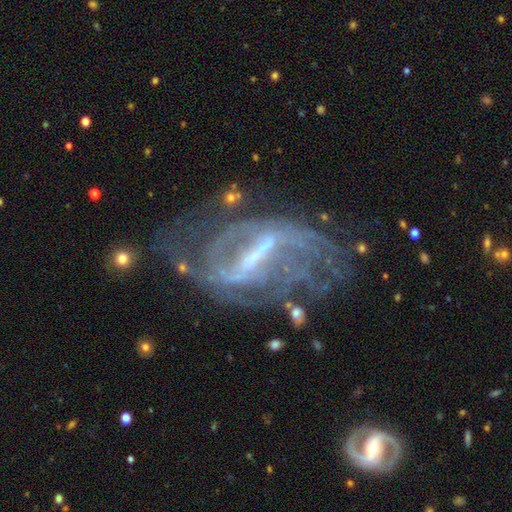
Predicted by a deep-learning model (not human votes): Morphology: type=featured or disk (86%); edge-on=no (94%); bar=strong (71%); spiral arms=yes (82%); winding=medium (38%); arm count=can't tell (39%); bulge=small (41%); merging=none (49%).